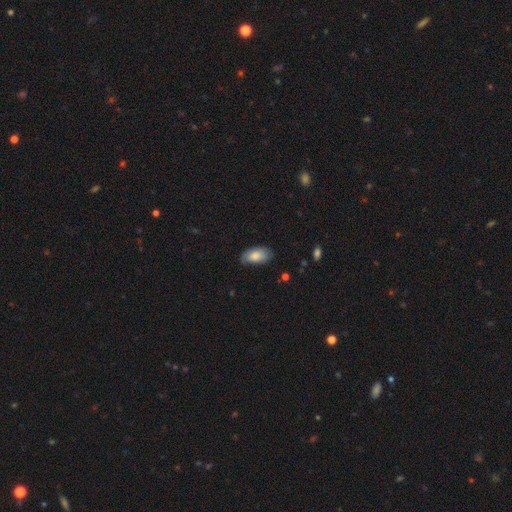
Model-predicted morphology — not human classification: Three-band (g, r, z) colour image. It shows a smooth galaxy with no disk features (81%) that is in between round and cigar-shaped (94%). Merging: none (74%).